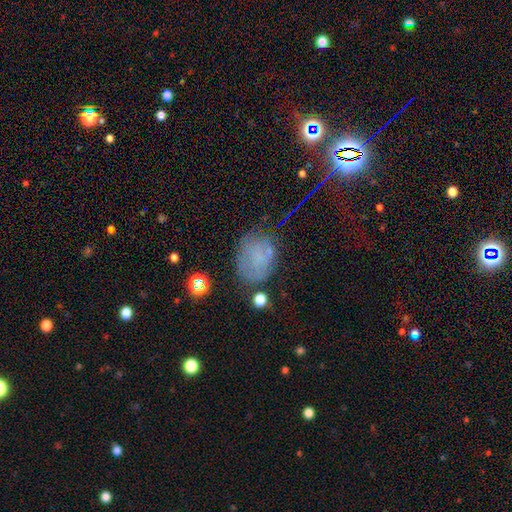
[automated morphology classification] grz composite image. It shows a smooth galaxy with no disk features (48%). Merging: none (60%).